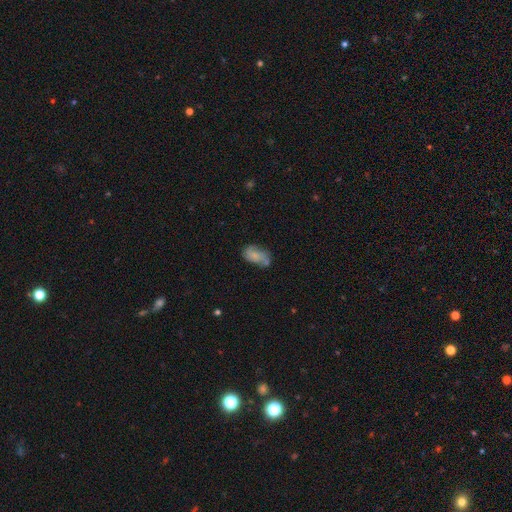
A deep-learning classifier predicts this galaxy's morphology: This appears to be a smooth galaxy with no disk features (64%) that is in between round and cigar-shaped (91%). Merging: none (43%).